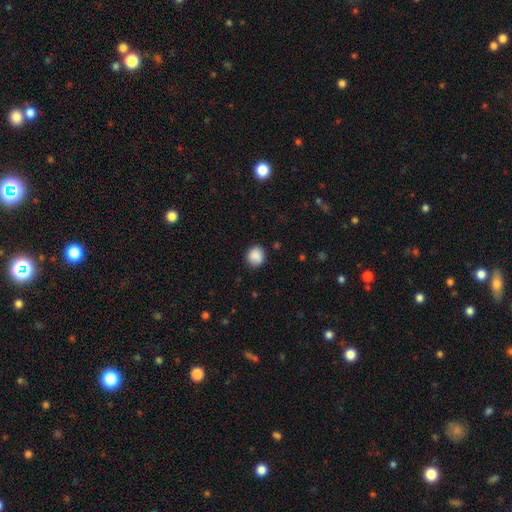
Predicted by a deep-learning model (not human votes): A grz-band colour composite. It shows a smooth galaxy with no disk features (88%) that is round (80%). Merging: none (84%).